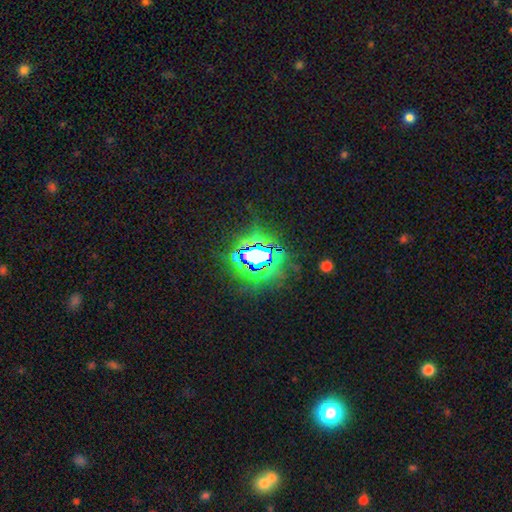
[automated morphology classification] smooth_or_featured: star or artifact (p=0.77) [alt: smooth p=0.12]